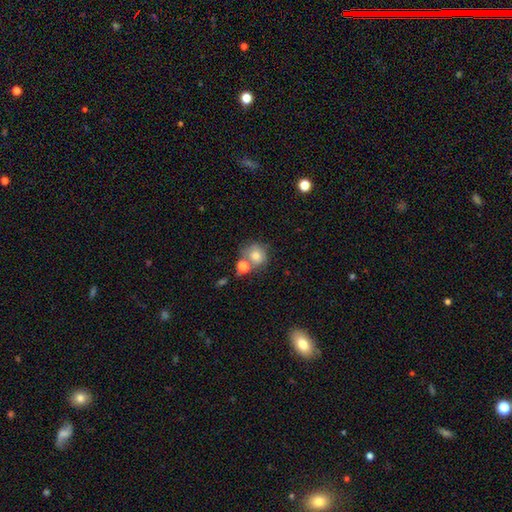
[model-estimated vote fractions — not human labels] A smooth galaxy with no disk features (78%) that is round (83%).

Vote fractions:
- Smooth or featured? smooth: 78% / featured or disk: 12% / star or artifact: 10%
- How rounded? round: 83% / in between: 16% / cigar-shaped: 1%
- Merging? none: 51% / merger: 30% / minor disturbance: 13% / major disturbance: 6%